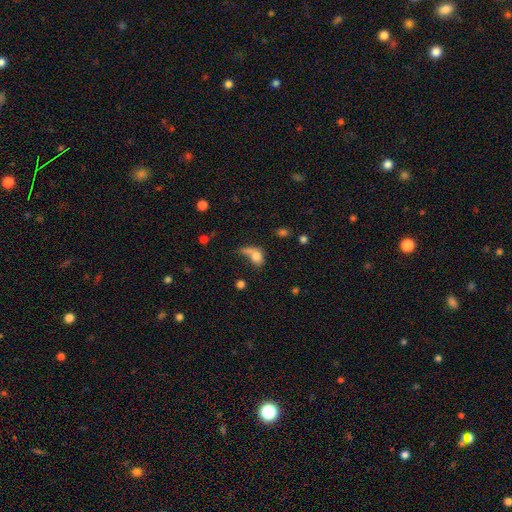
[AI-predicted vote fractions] This appears to be a smooth galaxy with no disk features (72%) that is in between round and cigar-shaped (67%). Merging: merger (28%, tied with major disturbance).